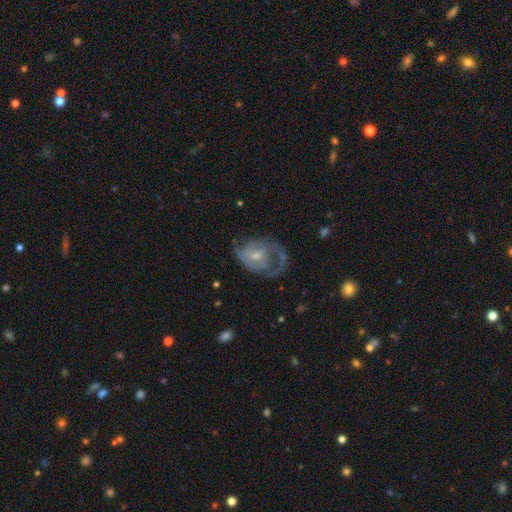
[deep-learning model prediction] Smooth or featured? Predicted: featured or disk (p=0.75). Edge-on disk? Predicted: no (p=0.97). Bar? Predicted: no (p=0.60). Spiral arms? Predicted: yes (p=0.80). Spiral winding? Predicted: medium (p=0.43). Spiral arm count? Predicted: 2 (p=0.37). Bulge size? Predicted: small (p=0.56). Merging? Predicted: none (p=0.39).